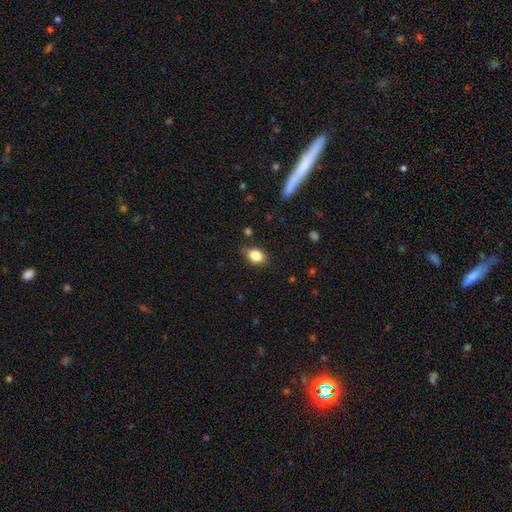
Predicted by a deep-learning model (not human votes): smooth 84%, star or artifact 9%, featured or disk 7%. Down the decision tree: how rounded — in between (73%); merging — none (78%).